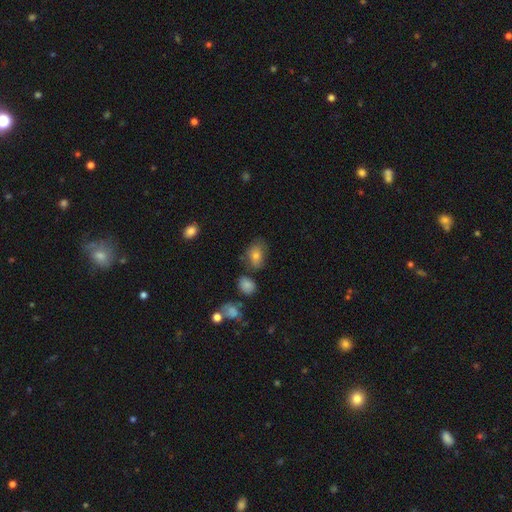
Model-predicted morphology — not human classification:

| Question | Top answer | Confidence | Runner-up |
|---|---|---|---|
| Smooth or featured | smooth | 75% | featured or disk (15%) |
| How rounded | in between | 69% | round (29%) |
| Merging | none | 62% | minor disturbance (23%) |